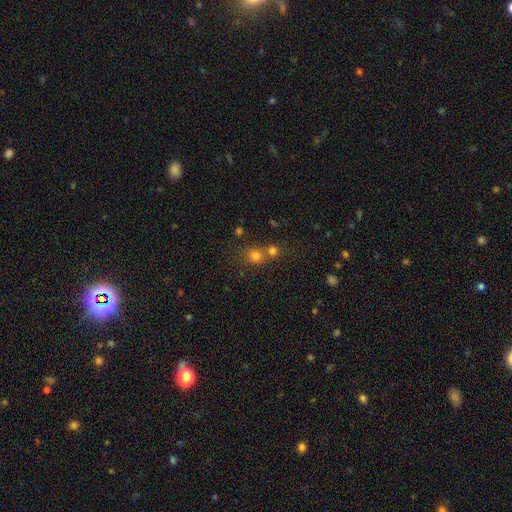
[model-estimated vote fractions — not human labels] This is likely a smooth galaxy (70%). How rounded: clearly round (86%). Merging: possibly none (49%).